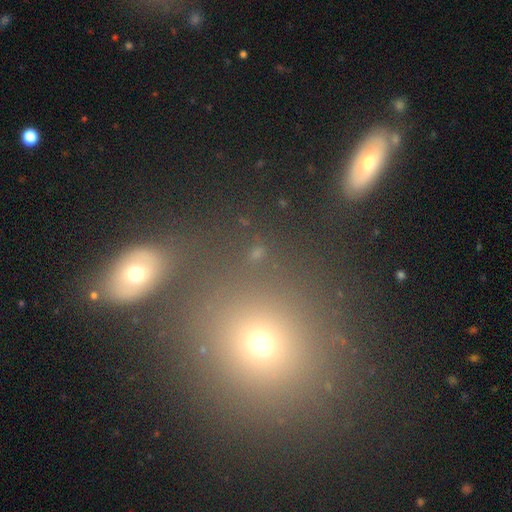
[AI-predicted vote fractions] Smooth or featured? Predicted: smooth (p=0.57). How rounded? Predicted: round (p=0.66). Merging? Predicted: none (p=0.73).